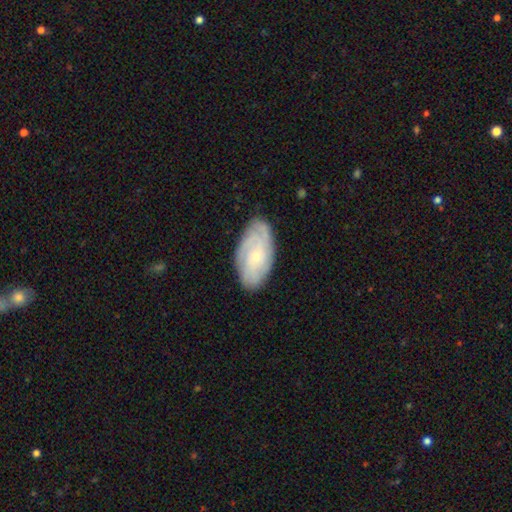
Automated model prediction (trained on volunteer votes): A featured or disk galaxy (66%) with no bar (76%), tight (65%) spiral arms (90%) and a small central bulge (72%).

Vote fractions:
- Smooth or featured? featured or disk: 66% / smooth: 28% / star or artifact: 6%
- Edge-on disk? no: 95% / yes: 5%
- Bar? no: 76% / weak: 21% / strong: 3%
- Spiral arms? yes: 90% / no: 10%
- Spiral winding? tight: 65% / medium: 28% / loose: 8%
- Spiral arm count? can't tell: 44% / 3: 18% / 4: 14% / 2: 13% / more than 4: 5% / 1: 5%
- Bulge size? small: 72% / moderate: 23% / none: 2% / large: 1% / dominant: 1%
- Merging? none: 78% / minor disturbance: 17% / major disturbance: 4% / merger: 1%